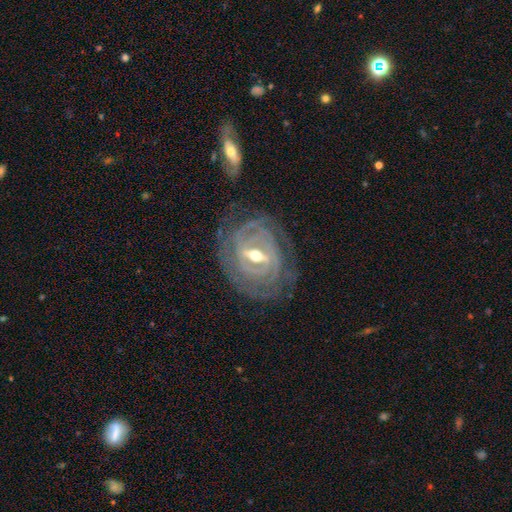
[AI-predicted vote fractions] A featured or disk galaxy (91%) with a strong bar (66%), tight (77%) spiral arms (93%) and a moderate central bulge (69%).

Vote fractions:
- Smooth or featured? featured or disk: 91% / smooth: 5% / star or artifact: 4%
- Edge-on disk? no: 93% / yes: 7%
- Bar? strong: 66% / weak: 27% / no: 7%
- Spiral arms? yes: 93% / no: 7%
- Spiral winding? tight: 77% / medium: 18% / loose: 5%
- Spiral arm count? can't tell: 31% / 3: 22% / 2: 20% / 4: 15% / more than 4: 7% / 1: 6%
- Bulge size? moderate: 69% / small: 24% / large: 5% / dominant: 1% / none: 1%
- Merging? none: 75% / minor disturbance: 16% / major disturbance: 8% / merger: 1%